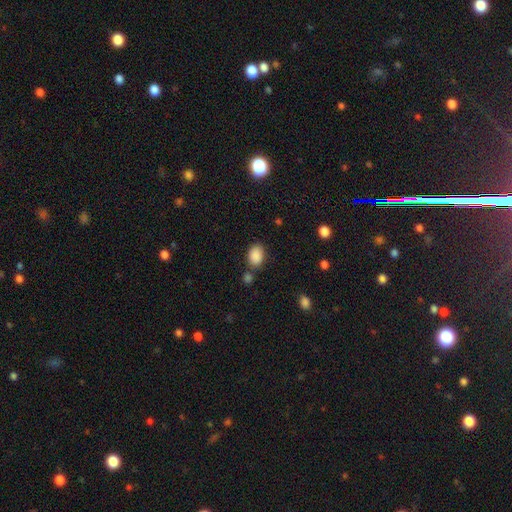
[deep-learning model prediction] Smooth or featured?
  - smooth: 88% *
  - star or artifact: 8%
  - featured or disk: 3%
How rounded?
  - in between: 79% *
  - round: 20%
  - cigar-shaped: 1%
Merging?
  - none: 74% *
  - minor disturbance: 13%
  - merger: 9%
  - major disturbance: 4%